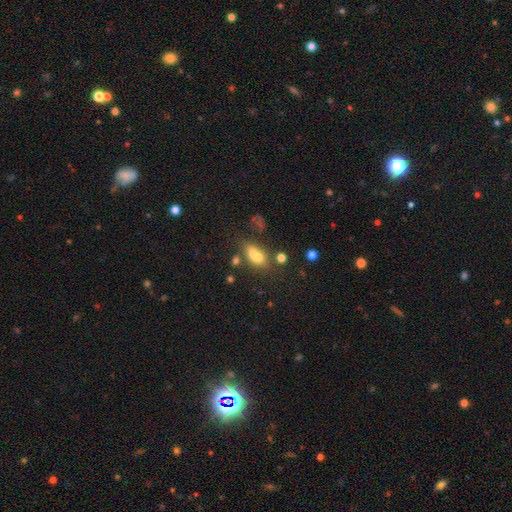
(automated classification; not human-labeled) The model was most divided on "merging": merger: 42%, none: 34%, minor disturbance: 14%, major disturbance: 10%. More confident: how rounded — in between (70%); smooth or featured — smooth (66%).